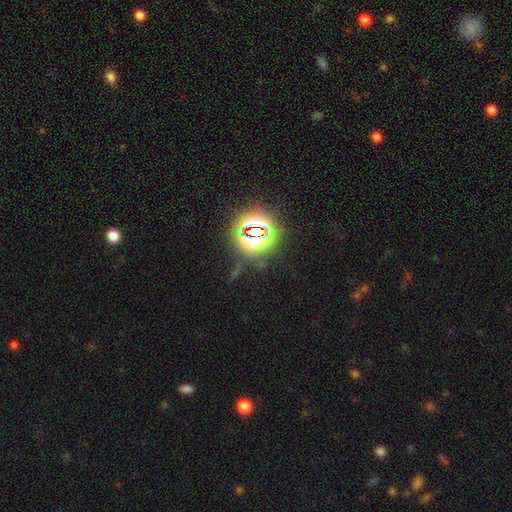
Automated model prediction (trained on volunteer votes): This appears to be a star or artifact, not a galaxy (81%).